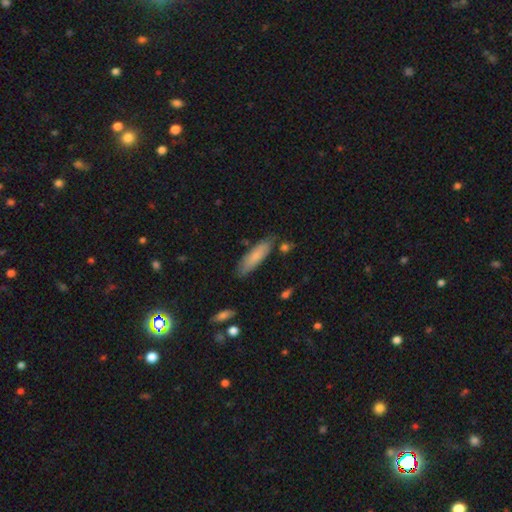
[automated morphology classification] This appears to be a smooth galaxy with no disk features (78%) that is cigar-shaped (59%). Merging: none (79%).